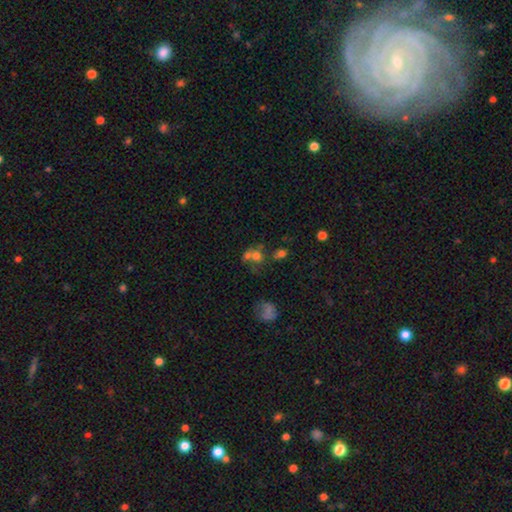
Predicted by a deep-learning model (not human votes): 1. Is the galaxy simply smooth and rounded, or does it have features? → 60% smooth, 21% featured or disk, 19% star or artifact.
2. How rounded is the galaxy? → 70% round, 29% in between, 1% cigar-shaped.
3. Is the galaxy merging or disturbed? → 49% merger, 33% none, 10% minor disturbance, 8% major disturbance.